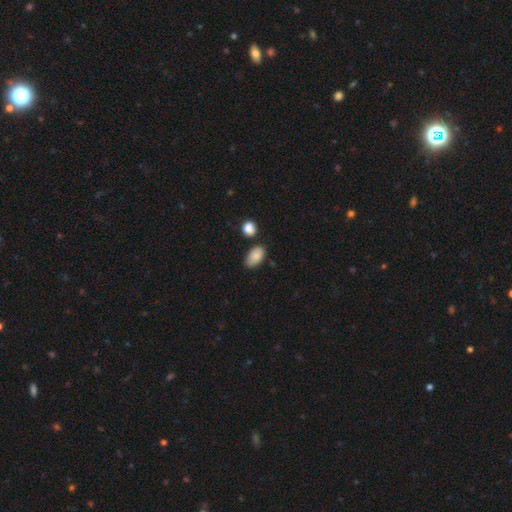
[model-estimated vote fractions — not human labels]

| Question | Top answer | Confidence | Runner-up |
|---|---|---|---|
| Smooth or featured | smooth | 86% | star or artifact (8%) |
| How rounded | in between | 93% | round (6%) |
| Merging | none | 69% | minor disturbance (21%) |